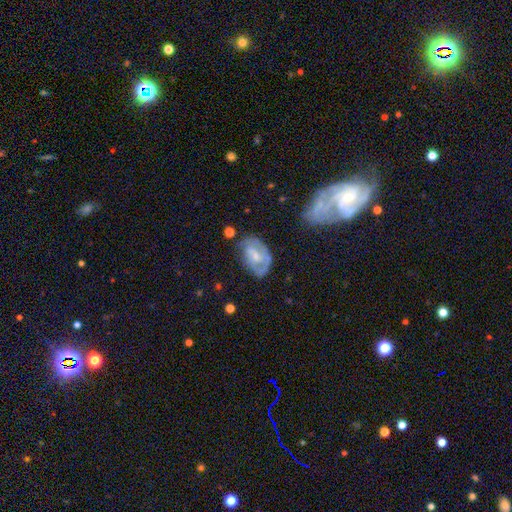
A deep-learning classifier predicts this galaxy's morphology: This is likely a featured or disk galaxy (67%). It is clearly not viewed edge-on (96%). Bar: possibly no (48%). Spiral arm pattern: likely yes (79%). Spiral arm count: possibly 2 (46%). Spiral winding: possibly tight (47%). Central bulge: possibly small (50%). Merging: possibly none (59%).